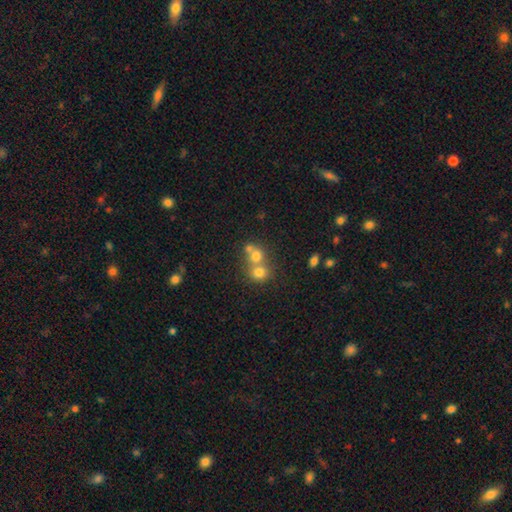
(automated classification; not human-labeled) smooth 71%, featured or disk 16%, star or artifact 14%. Down the decision tree: how rounded — round (78%); merging — merger (60%).